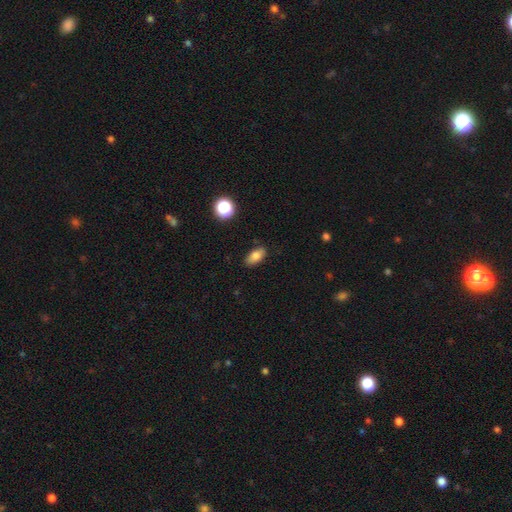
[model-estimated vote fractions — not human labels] The model was most divided on "smooth or featured": smooth: 80%, featured or disk: 11%, star or artifact: 9%. More confident: how rounded — in between (89%); merging — none (85%).